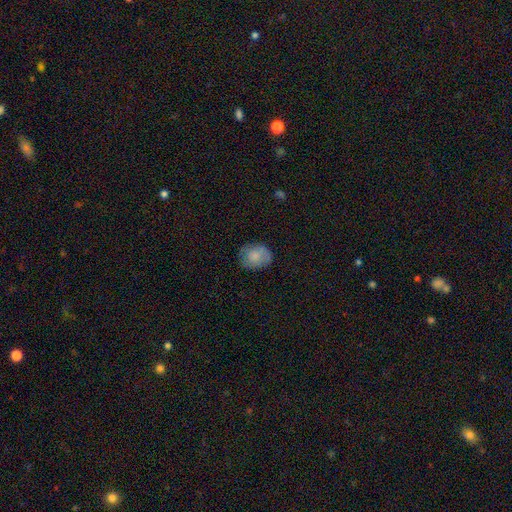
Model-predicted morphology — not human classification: This appears to be a smooth galaxy with no disk features (75%) that is round (53%). Merging: none (72%).